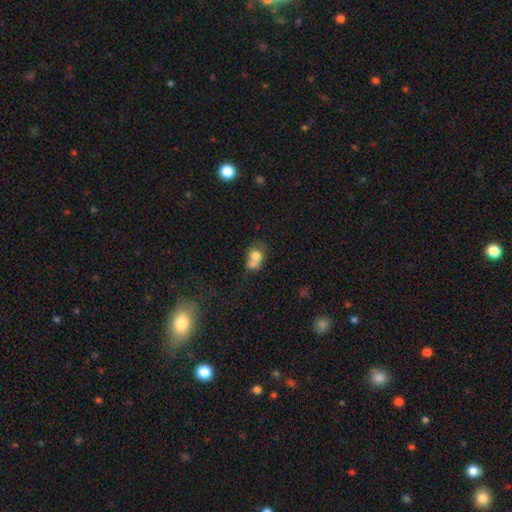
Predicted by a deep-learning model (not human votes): Smooth or featured: smooth — 69% (featured or disk — 20%)
How rounded: in between — 51% (round — 48%)
Merging: merger — 58% (none — 21%)